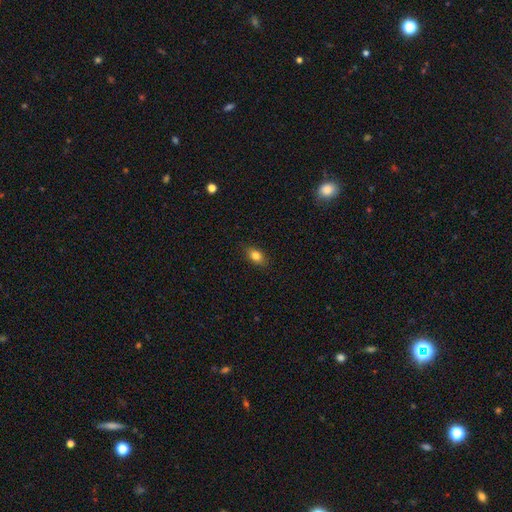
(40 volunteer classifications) smooth_or_featured: smooth (p=0.82) [alt: star or artifact p=0.12]
how_rounded: in between (p=0.88) [alt: round p=0.06]
merging: none (p=0.80) [alt: minor disturbance p=0.17]